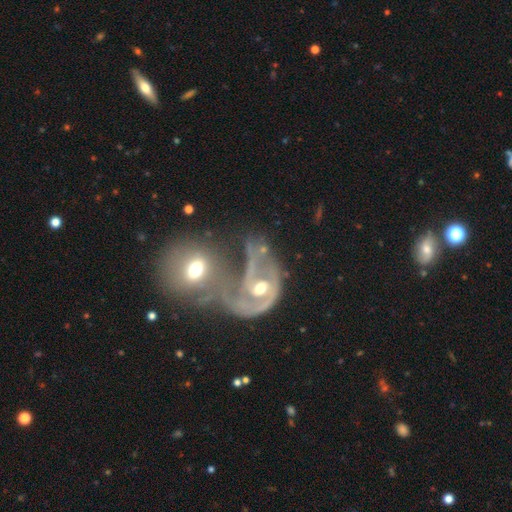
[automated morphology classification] A featured or disk galaxy (77%) with no bar (58%), 2 (53%) medium (42%) spiral arms (79%) and a moderate central bulge (69%). Merging: merger (67%).